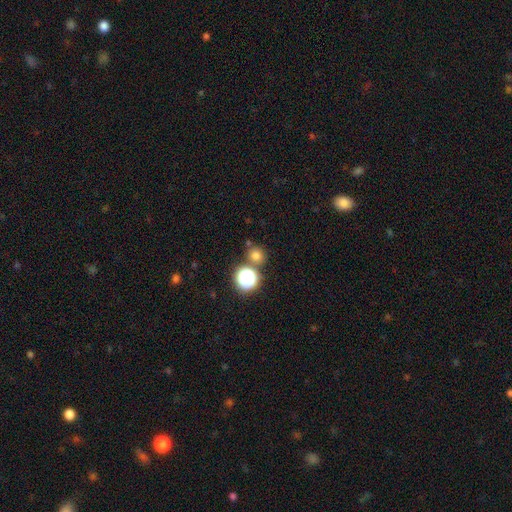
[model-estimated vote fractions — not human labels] A smooth galaxy with no disk features (72%) that is round (84%). Merging: none (75%).